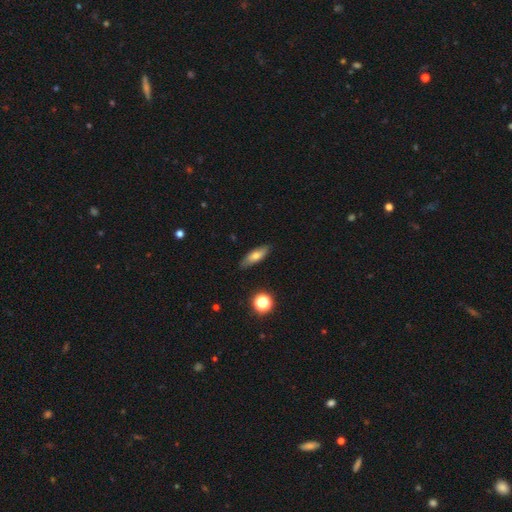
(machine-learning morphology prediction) Smooth or featured?
  - smooth: 66% *
  - featured or disk: 25%
  - star or artifact: 9%
How rounded?
  - in between: 54% *
  - cigar-shaped: 42%
  - round: 4%
Merging?
  - none: 84% *
  - minor disturbance: 12%
  - major disturbance: 2%
  - merger: 1%